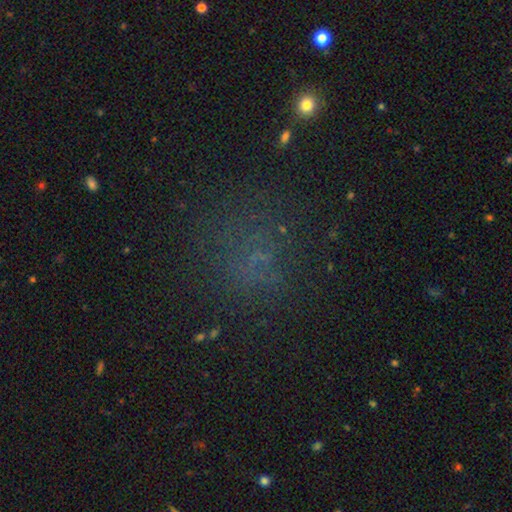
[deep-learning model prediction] This appears to be a smooth galaxy with no disk features (42%). Merging: none (68%).